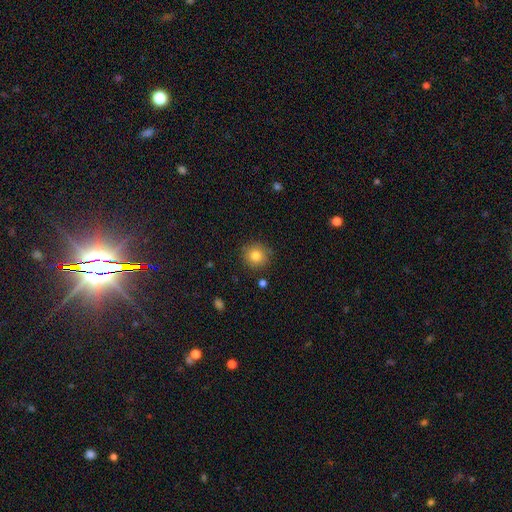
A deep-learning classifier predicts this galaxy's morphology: Overall: smooth (81%). How rounded: round (91%). Merging: none (87%).